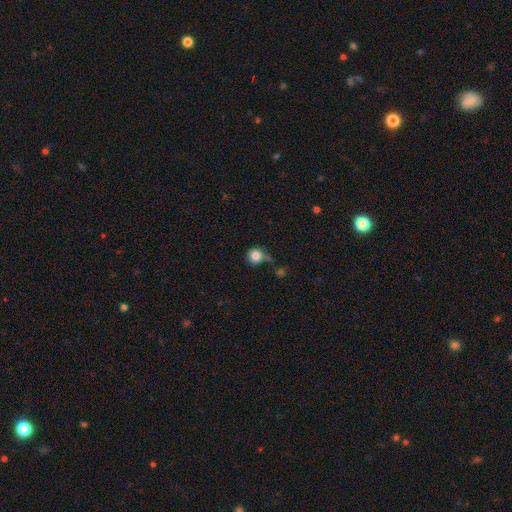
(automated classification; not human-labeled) smooth_or_featured: smooth (p=0.82) [alt: star or artifact p=0.10]
how_rounded: round (p=0.92) [alt: in between p=0.07]
merging: none (p=0.58) [alt: minor disturbance p=0.21]